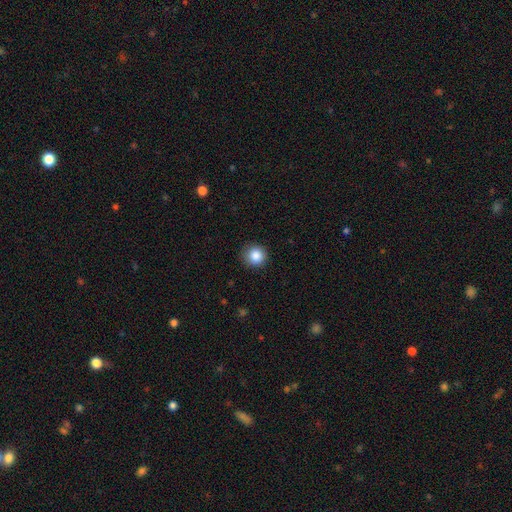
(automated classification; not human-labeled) smooth 87%, star or artifact 10%, featured or disk 4%. Down the decision tree: how rounded — round (93%); merging — none (86%).